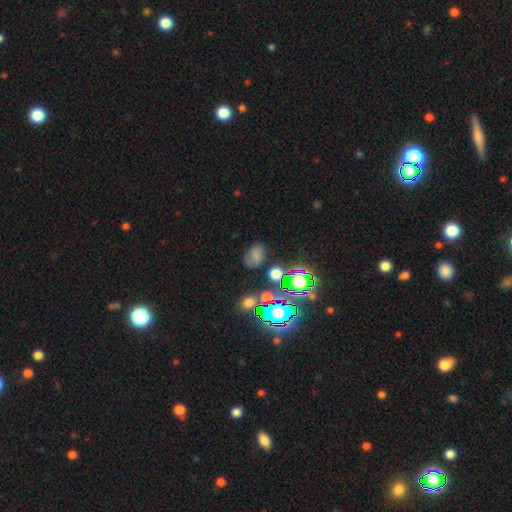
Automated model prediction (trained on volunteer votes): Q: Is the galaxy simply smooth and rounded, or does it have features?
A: smooth — 62%.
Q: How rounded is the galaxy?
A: in between — 68%.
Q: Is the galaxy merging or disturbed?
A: none — 67%.